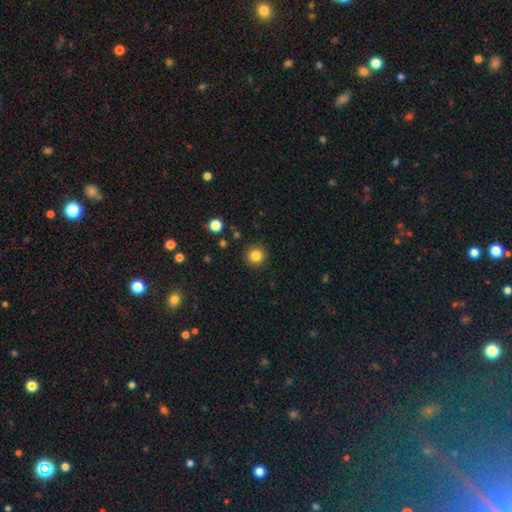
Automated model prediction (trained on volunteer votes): smooth-or-featured: smooth: 84% | star or artifact: 12% | featured or disk: 5%
  how-rounded: round: 95% | in between: 4% | cigar-shaped: 1%
  merging: none: 91% | minor disturbance: 6% | major disturbance: 2% | merger: 1%